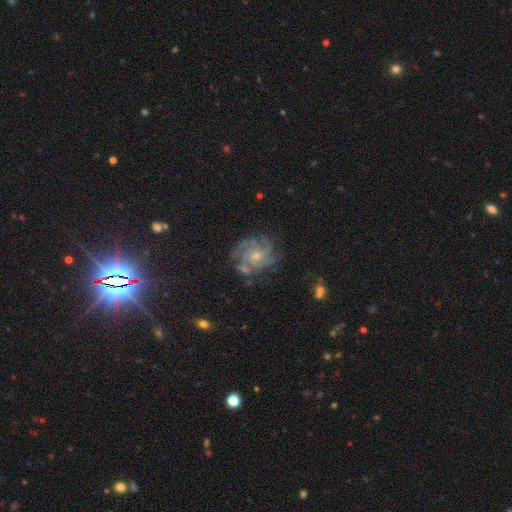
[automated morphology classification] A featured or disk galaxy (80%) with no bar (79%), 4 (28%) tight (57%) spiral arms (94%) and a small central bulge (56%).

Vote fractions:
- Smooth or featured? featured or disk: 80% / smooth: 10% / star or artifact: 9%
- Edge-on disk? no: 98% / yes: 2%
- Bar? no: 79% / weak: 18% / strong: 3%
- Spiral arms? yes: 94% / no: 6%
- Spiral winding? tight: 57% / medium: 34% / loose: 9%
- Spiral arm count? 4: 28% / can't tell: 26% / 3: 20% / more than 4: 11% / 2: 9% / 1: 7%
- Bulge size? small: 56% / moderate: 39% / none: 2% / large: 2% / dominant: 1%
- Merging? none: 70% / minor disturbance: 18% / major disturbance: 9% / merger: 4%